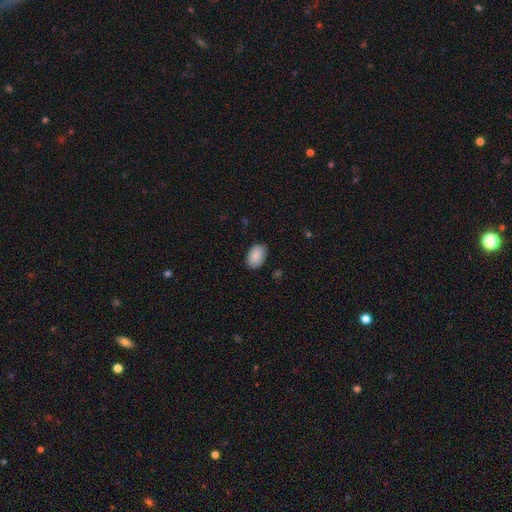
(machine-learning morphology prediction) This appears to be a smooth galaxy with no disk features (88%) that is in between round and cigar-shaped (88%). Merging: none (84%).